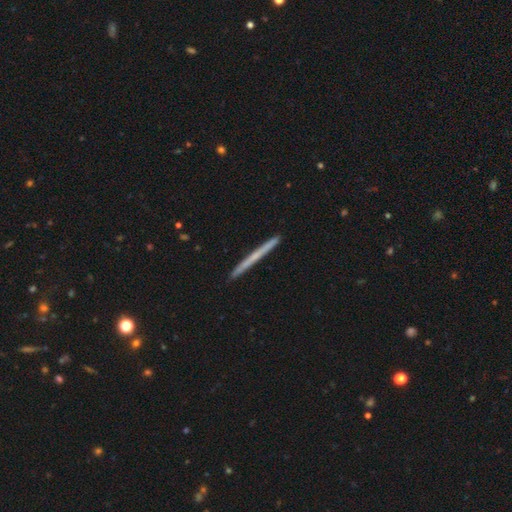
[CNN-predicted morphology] type=featured or disk (54%); edge-on=yes (98%); edge-on bulge=none (81%); merging=none (92%).